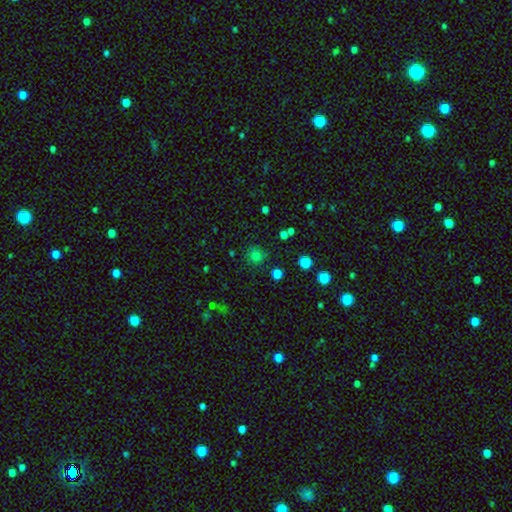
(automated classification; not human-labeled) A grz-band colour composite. It shows a smooth galaxy with no disk features (76%) that is round (89%). Merging: none (81%).